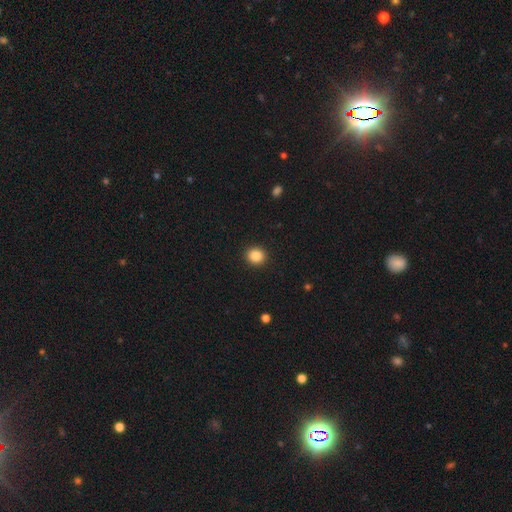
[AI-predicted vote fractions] smooth_or_featured: smooth (p=0.86) [alt: star or artifact p=0.10]
how_rounded: round (p=0.85) [alt: in between p=0.14]
merging: none (p=0.92) [alt: minor disturbance p=0.05]